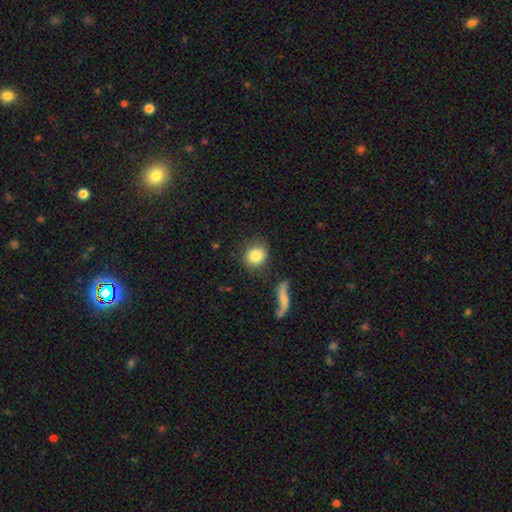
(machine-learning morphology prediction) Smooth or featured?
  - smooth: 82% *
  - featured or disk: 10%
  - star or artifact: 8%
How rounded?
  - round: 77% *
  - in between: 21%
  - cigar-shaped: 2%
Merging?
  - none: 78% *
  - minor disturbance: 12%
  - merger: 6%
  - major disturbance: 4%